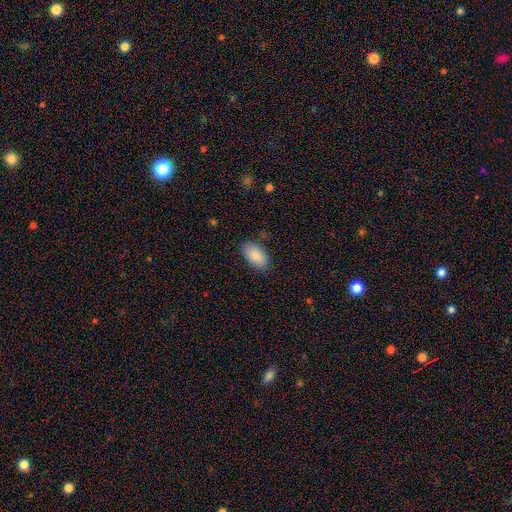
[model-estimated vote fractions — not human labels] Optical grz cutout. It shows a smooth galaxy with no disk features (89%) that is in between round and cigar-shaped (95%). Merging: none (82%).